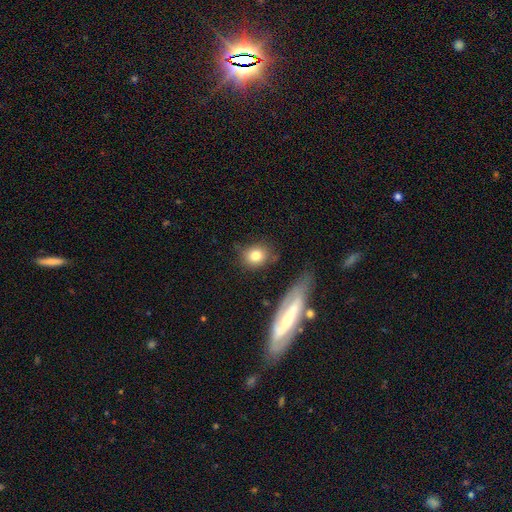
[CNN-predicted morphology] Overall: smooth (79%). How rounded: round (67%; in between 31%). Merging: none (73%).